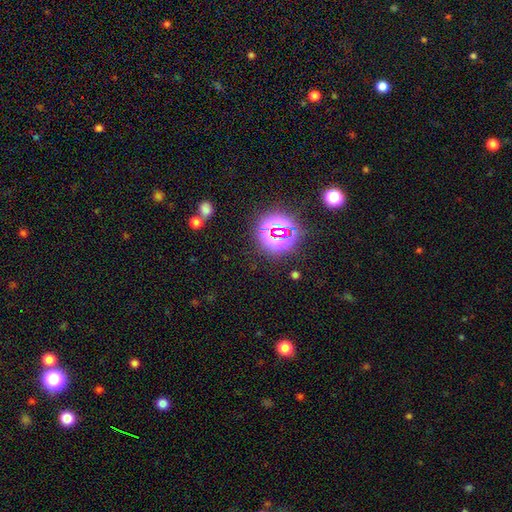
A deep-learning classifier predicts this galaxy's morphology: This appears to be a star or artifact, not a galaxy (79%).